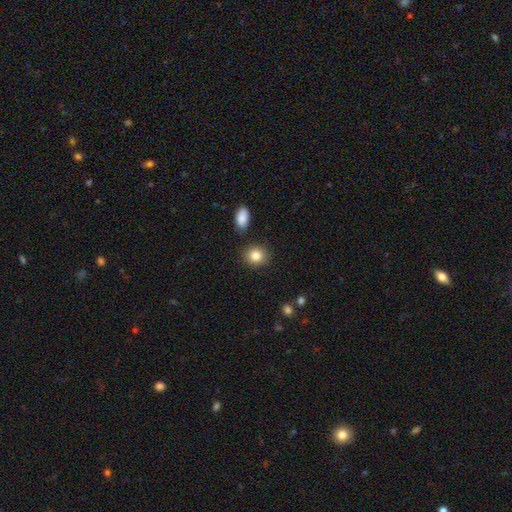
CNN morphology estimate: smooth-or-featured: smooth: 85% | star or artifact: 9% | featured or disk: 6%
  how-rounded: round: 76% | in between: 23% | cigar-shaped: 1%
  merging: none: 86% | minor disturbance: 8% | merger: 3% | major disturbance: 2%